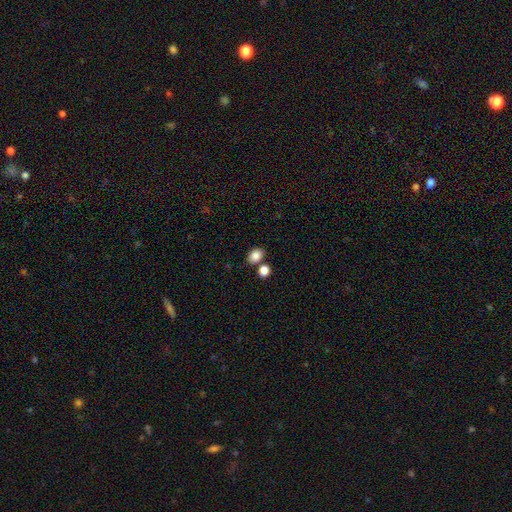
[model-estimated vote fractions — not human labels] Overall: smooth (85%). How rounded: in between (64%; round 35%). Merging: none (70%).